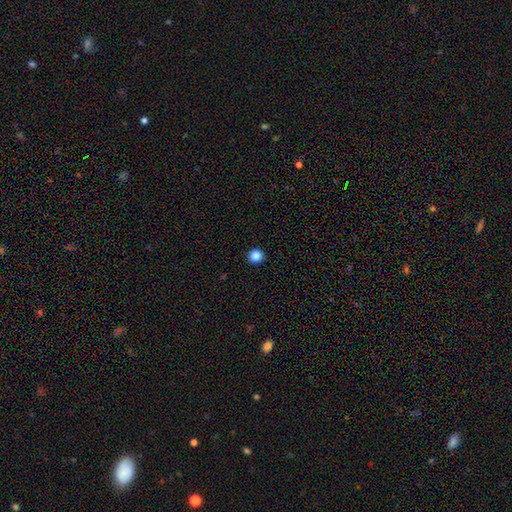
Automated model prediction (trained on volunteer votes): Smooth or featured?
  - smooth: 86% *
  - star or artifact: 11%
  - featured or disk: 3%
How rounded?
  - round: 94% *
  - in between: 5%
  - cigar-shaped: 1%
Merging?
  - none: 94% *
  - minor disturbance: 4%
  - major disturbance: 1%
  - merger: 1%